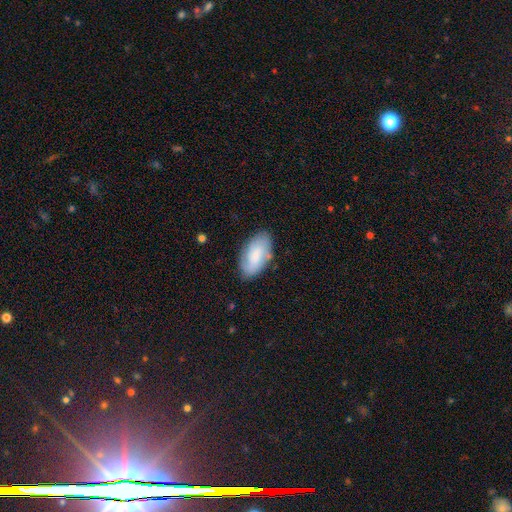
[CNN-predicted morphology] This is likely a smooth galaxy (65%). How rounded: clearly in between (95%). Merging: likely none (78%).